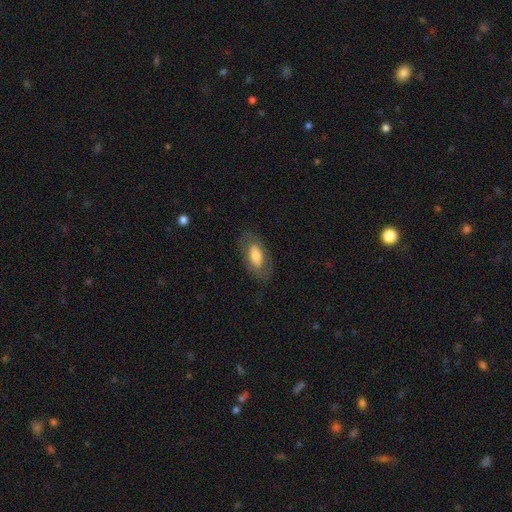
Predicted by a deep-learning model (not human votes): Smooth or featured?
  - smooth: 64% *
  - featured or disk: 30%
  - star or artifact: 6%
How rounded?
  - in between: 90% *
  - cigar-shaped: 7%
  - round: 4%
Merging?
  - none: 78% *
  - minor disturbance: 14%
  - major disturbance: 7%
  - merger: 1%